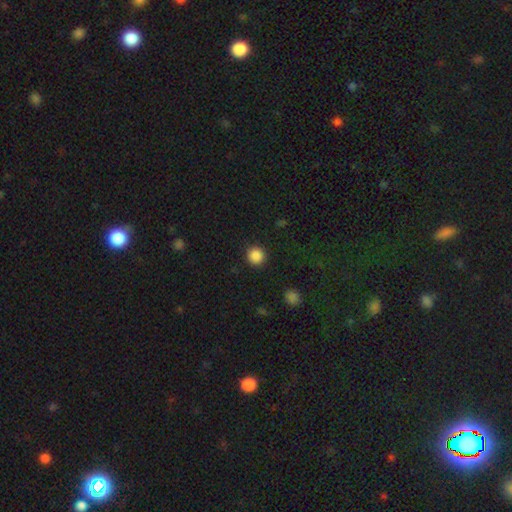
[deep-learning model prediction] Smooth or featured: smooth — 87% (star or artifact — 10%)
How rounded: round — 94% (in between — 5%)
Merging: none — 92% (minor disturbance — 5%)